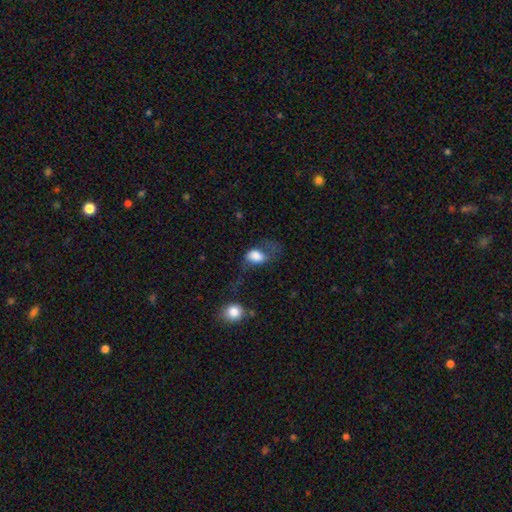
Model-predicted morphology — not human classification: Smooth or featured? Predicted: smooth (p=0.73). How rounded? Predicted: in between (p=0.79). Merging? Predicted: major disturbance (p=0.51).